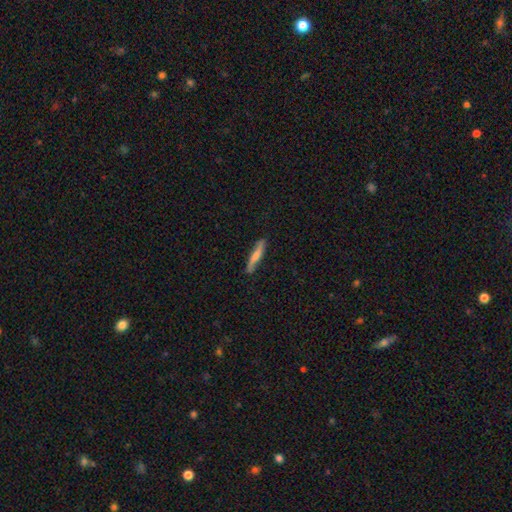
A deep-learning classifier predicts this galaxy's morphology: smooth 53%, featured or disk 41%, star or artifact 6%. Down the decision tree: how rounded — cigar-shaped (90%); merging — none (83%).